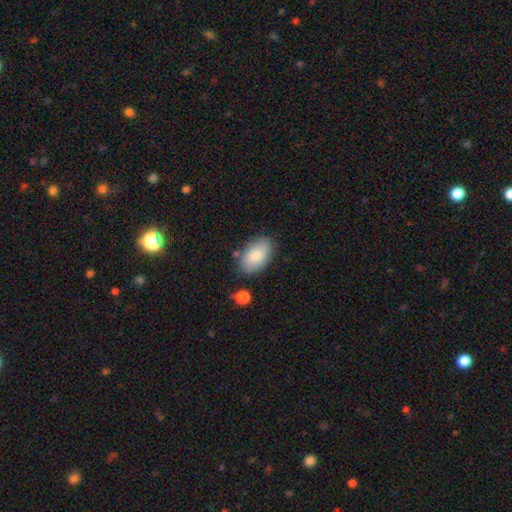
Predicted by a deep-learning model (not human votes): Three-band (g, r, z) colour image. It shows a smooth galaxy with no disk features (82%) that is in between round and cigar-shaped (93%). Merging: none (77%).